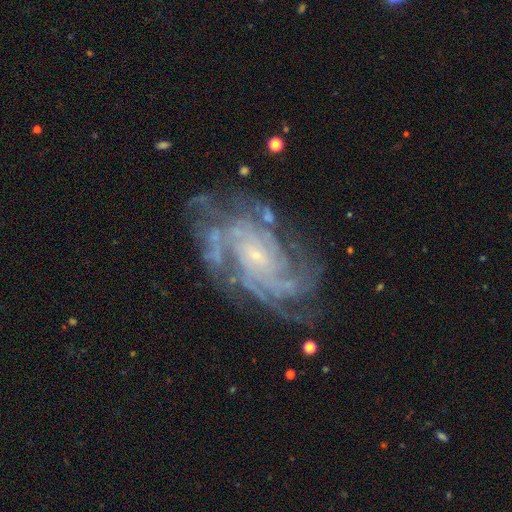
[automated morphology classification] A featured or disk galaxy (88%) with no bar (68%), 4 (26%) tight (66%) spiral arms (97%) and a small central bulge (83%).

Vote fractions:
- Smooth or featured? featured or disk: 88% / star or artifact: 7% / smooth: 5%
- Edge-on disk? no: 97% / yes: 3%
- Bar? no: 68% / weak: 25% / strong: 7%
- Spiral arms? yes: 97% / no: 3%
- Spiral winding? tight: 66% / medium: 28% / loose: 6%
- Spiral arm count? 4: 26% / can't tell: 24% / more than 4: 21% / 3: 13% / 2: 9% / 1: 7%
- Bulge size? small: 83% / moderate: 10% / none: 4% / large: 1% / dominant: 1%
- Merging? none: 71% / minor disturbance: 18% / major disturbance: 9% / merger: 2%